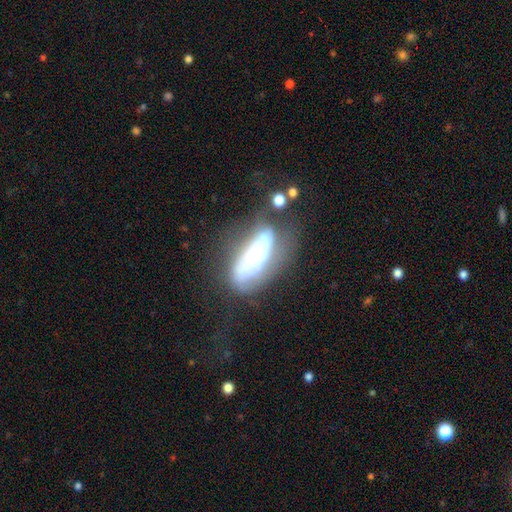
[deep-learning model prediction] featured or disk 58%, smooth 34%, star or artifact 8%. Down the decision tree: edge-on disk — no (79%); merging — none (41%).